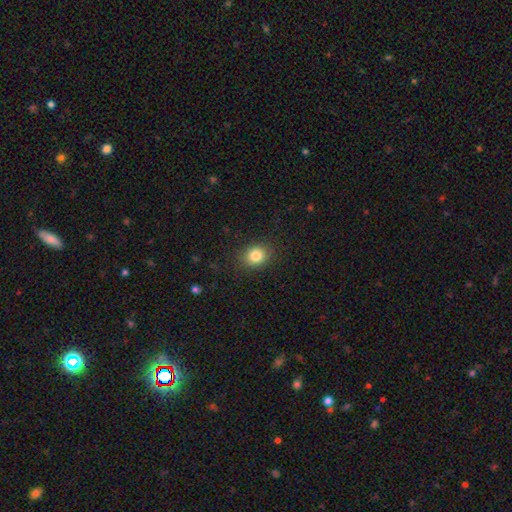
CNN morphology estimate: smooth_or_featured: smooth (p=0.83) [alt: star or artifact p=0.11]
how_rounded: round (p=0.63) [alt: in between p=0.36]
merging: none (p=0.87) [alt: minor disturbance p=0.09]